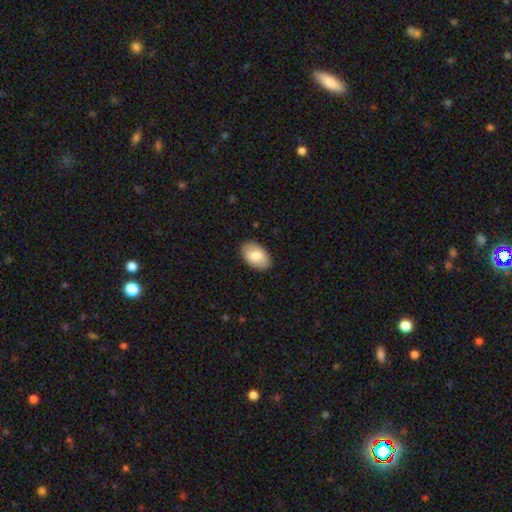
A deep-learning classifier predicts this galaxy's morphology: smooth_or_featured: smooth (p=0.80) [alt: featured or disk p=0.14]
how_rounded: in between (p=0.93) [alt: round p=0.06]
merging: none (p=0.87) [alt: minor disturbance p=0.10]